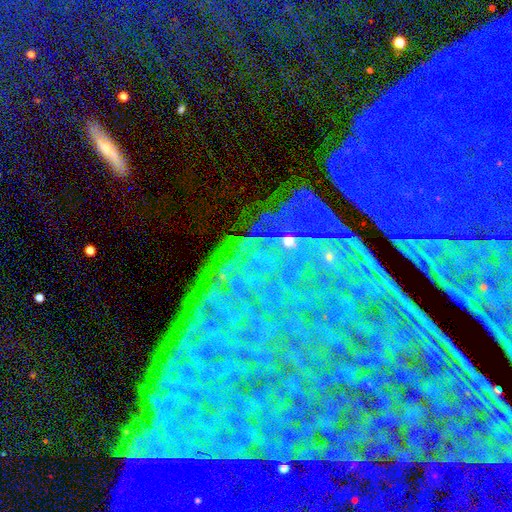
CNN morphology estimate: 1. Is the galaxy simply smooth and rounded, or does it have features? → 83% star or artifact, 9% featured or disk, 7% smooth.